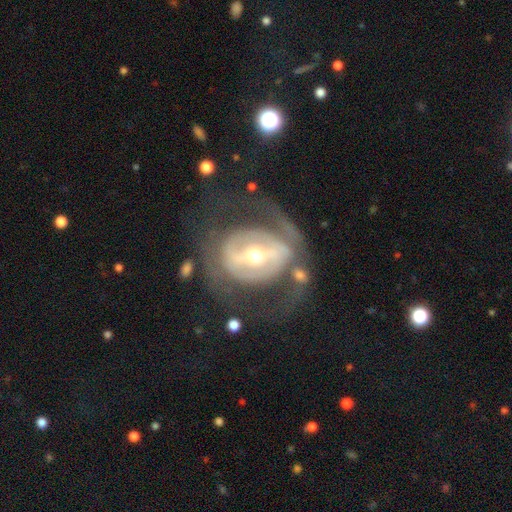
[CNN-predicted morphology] This is clearly a featured or disk galaxy (80%). It is clearly not viewed edge-on (93%). Bar: likely strong (61%). Spiral arm pattern: possibly yes (55%). Central bulge: possibly small (49%). Merging: possibly none (53%).